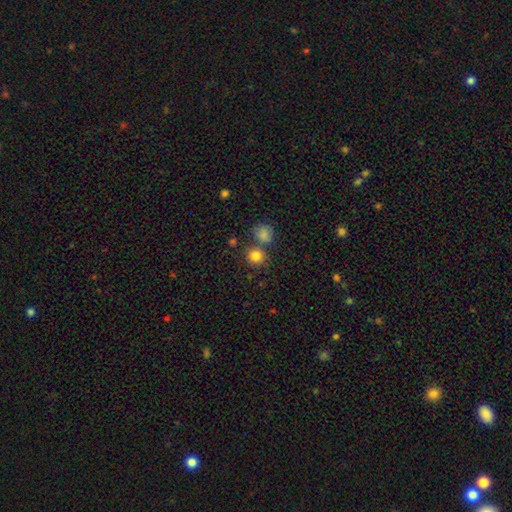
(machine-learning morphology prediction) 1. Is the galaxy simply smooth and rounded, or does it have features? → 82% smooth, 12% star or artifact, 6% featured or disk.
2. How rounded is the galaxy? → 88% round, 11% in between, 1% cigar-shaped.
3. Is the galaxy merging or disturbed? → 68% none, 20% merger, 9% minor disturbance, 3% major disturbance.